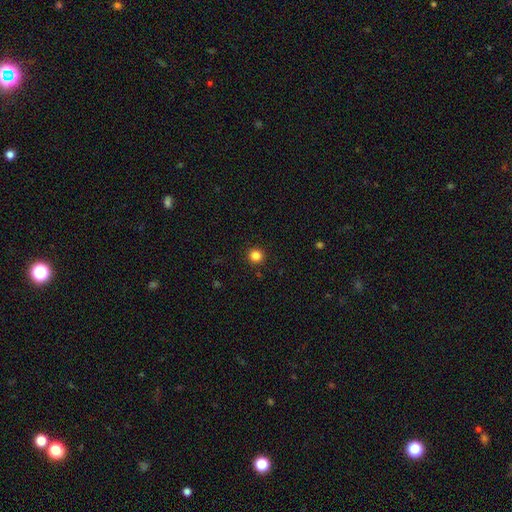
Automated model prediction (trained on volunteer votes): A smooth galaxy with no disk features (84%) that is round (95%). Merging: none (93%).